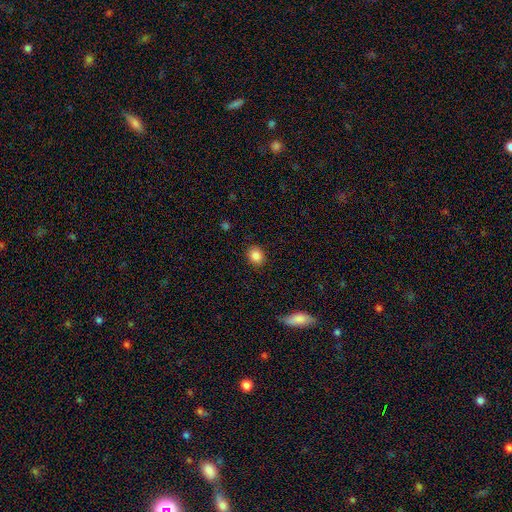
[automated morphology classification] smooth 85%, star or artifact 10%, featured or disk 5%. Down the decision tree: how rounded — round (62%); merging — none (89%).